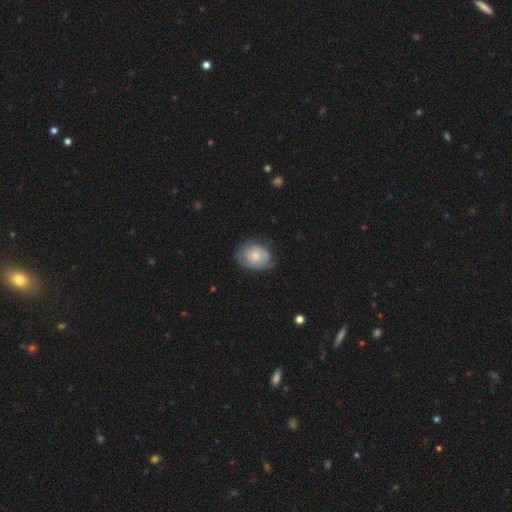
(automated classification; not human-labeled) Q: Smooth or featured?
A: smooth (61%); runner-up: featured or disk (32%)
Q: How rounded?
A: in between (61%); runner-up: round (38%)
Q: Merging?
A: none (56%); runner-up: minor disturbance (32%)